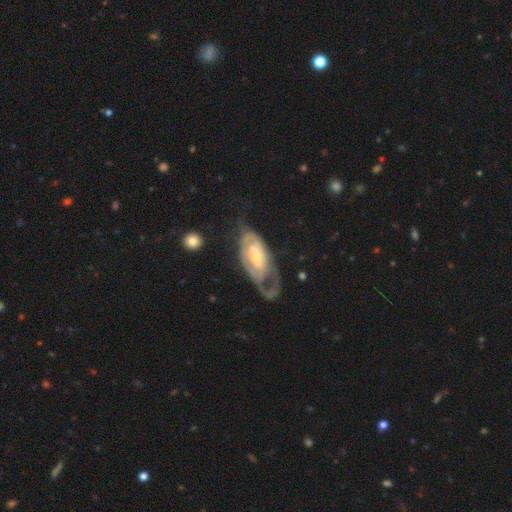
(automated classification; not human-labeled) This is likely a featured or disk galaxy (77%). It is clearly not viewed edge-on (92%). Bar: marginally weak (42%). Spiral arm pattern: clearly yes (80%). Spiral arm count: marginally can't tell (40%). Spiral winding: possibly tight (57%). Central bulge: marginally small (38%, tied with moderate). Merging: marginally major disturbance (43%).